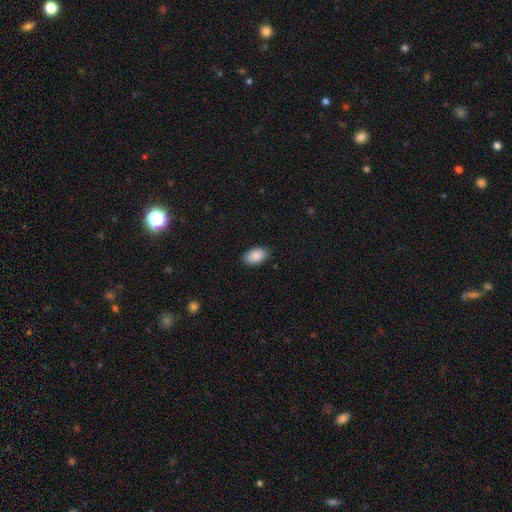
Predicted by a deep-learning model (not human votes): Smooth or featured?
  - smooth: 90% *
  - star or artifact: 7%
  - featured or disk: 4%
How rounded?
  - in between: 94% *
  - round: 5%
  - cigar-shaped: 1%
Merging?
  - none: 88% *
  - minor disturbance: 9%
  - major disturbance: 2%
  - merger: 1%